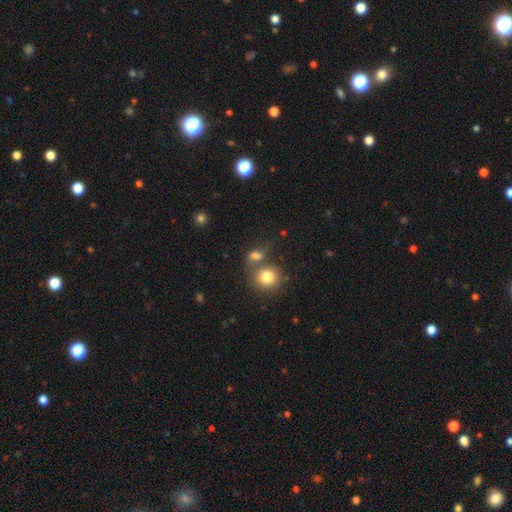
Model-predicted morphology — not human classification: A smooth galaxy with no disk features (77%) that is in between round and cigar-shaped (53%).

Vote fractions:
- Smooth or featured? smooth: 77% / star or artifact: 12% / featured or disk: 11%
- How rounded? in between: 53% / round: 44% / cigar-shaped: 3%
- Merging? merger: 43% / none: 36% / minor disturbance: 12% / major disturbance: 9%